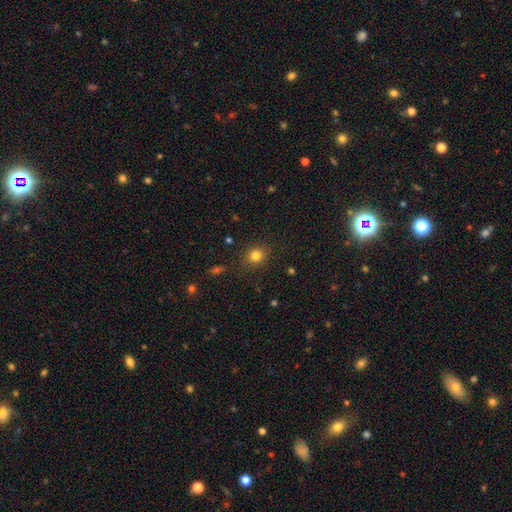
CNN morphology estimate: smooth_or_featured: smooth (p=0.81) [alt: star or artifact p=0.13]
how_rounded: round (p=0.74) [alt: in between p=0.25]
merging: none (p=0.86) [alt: minor disturbance p=0.10]